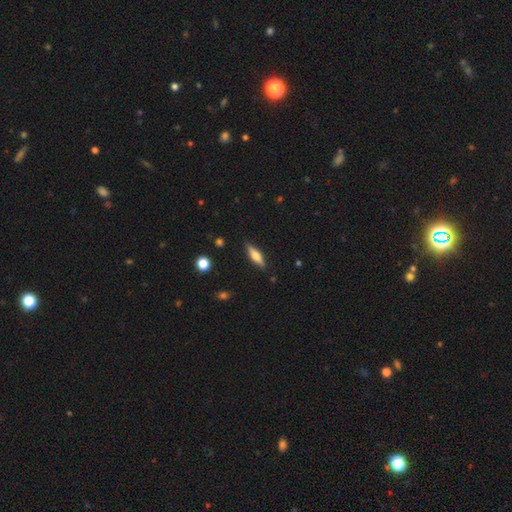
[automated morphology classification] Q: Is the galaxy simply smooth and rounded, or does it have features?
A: smooth — 55%.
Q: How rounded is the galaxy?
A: cigar-shaped — 62%.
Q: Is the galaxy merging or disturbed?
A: none — 87%.